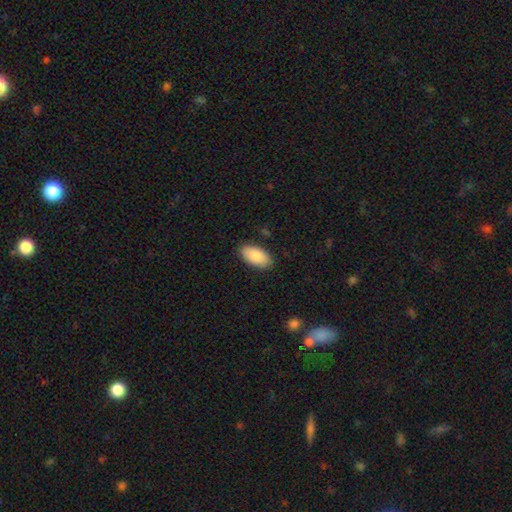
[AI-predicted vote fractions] A smooth galaxy with no disk features (87%) that is in between round and cigar-shaped (95%).

Vote fractions:
- Smooth or featured? smooth: 87% / featured or disk: 8% / star or artifact: 6%
- How rounded? in between: 95% / cigar-shaped: 3% / round: 2%
- Merging? none: 87% / minor disturbance: 10% / major disturbance: 2% / merger: 1%